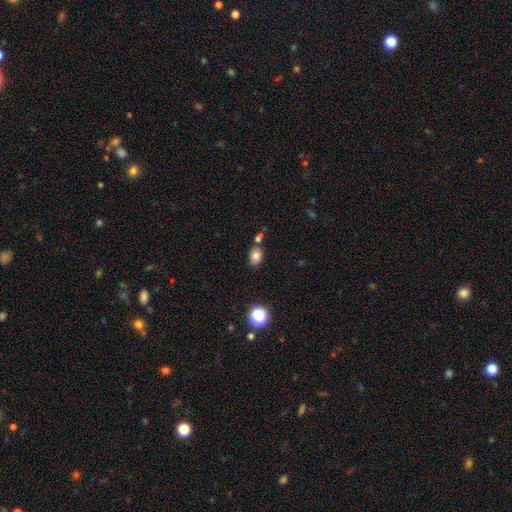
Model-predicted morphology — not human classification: Q: Smooth or featured?
A: smooth (78%); runner-up: star or artifact (12%)
Q: How rounded?
A: in between (68%); runner-up: round (30%)
Q: Merging?
A: none (68%); runner-up: merger (16%)